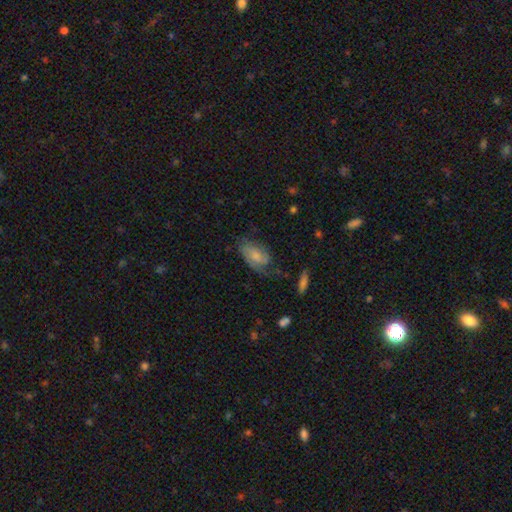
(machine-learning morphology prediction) smooth-or-featured: smooth: 47% | featured or disk: 45% | star or artifact: 8%
  merging: none: 47% | minor disturbance: 30% | major disturbance: 21% | merger: 3%